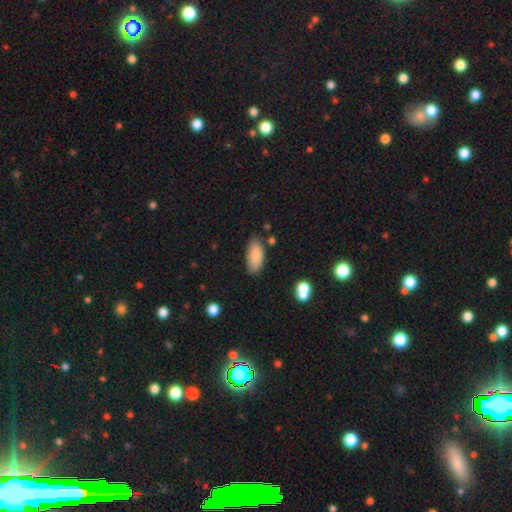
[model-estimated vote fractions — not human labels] A smooth galaxy with no disk features (84%) that is in between round and cigar-shaped (89%).

Vote fractions:
- Smooth or featured? smooth: 84% / featured or disk: 9% / star or artifact: 7%
- How rounded? in between: 89% / cigar-shaped: 9% / round: 2%
- Merging? none: 77% / minor disturbance: 17% / major disturbance: 3% / merger: 3%